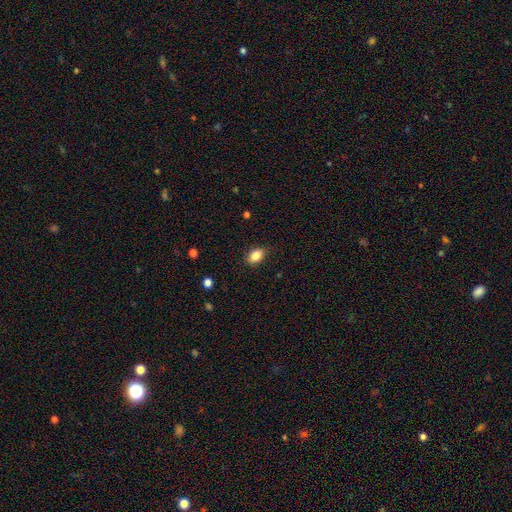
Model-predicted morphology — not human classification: Smooth or featured? Predicted: smooth (p=0.86). How rounded? Predicted: in between (p=0.80). Merging? Predicted: none (p=0.84).